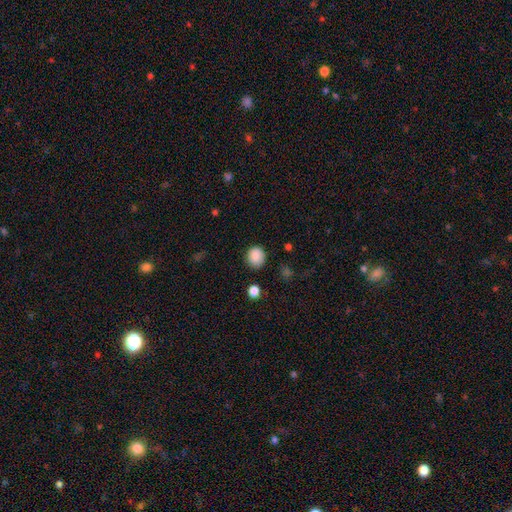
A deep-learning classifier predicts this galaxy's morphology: This appears to be a smooth galaxy with no disk features (87%) that is round (83%). Merging: none (85%).